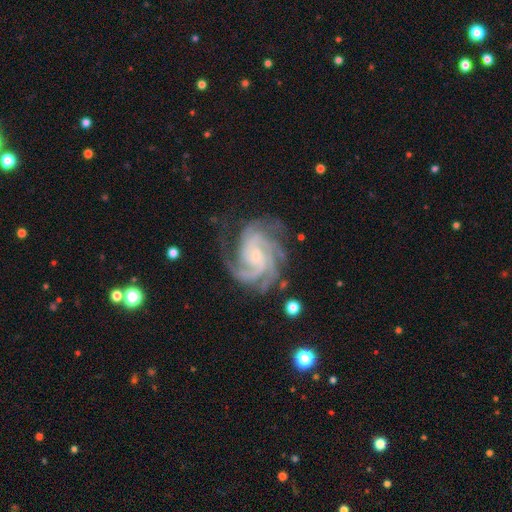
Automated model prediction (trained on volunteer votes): This is clearly a featured or disk galaxy (92%). It is clearly not viewed edge-on (98%). Bar: possibly no (59%). Spiral arm pattern: clearly yes (99%). Spiral arm count: marginally 4 (36%). Spiral winding: likely tight (62%). Central bulge: likely small (72%). Merging: likely none (72%).